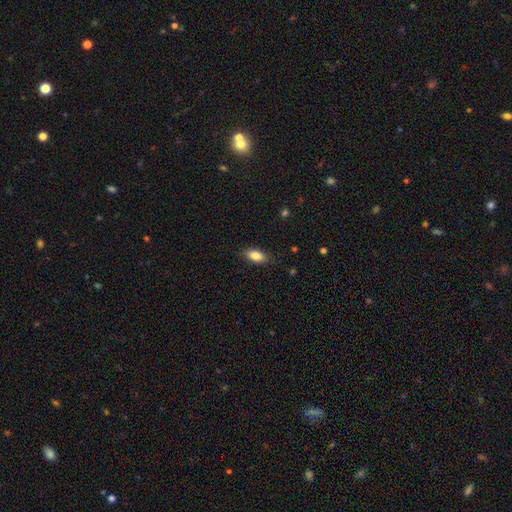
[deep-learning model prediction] Morphology: type=smooth (84%); roundness=in between (88%); merging=none (85%).